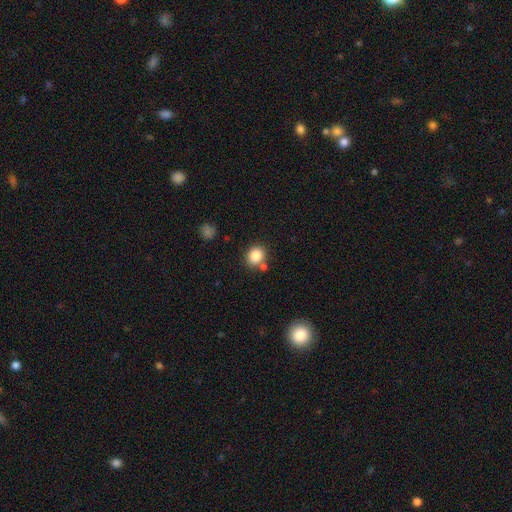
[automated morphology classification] smooth 85%, star or artifact 10%, featured or disk 5%. Down the decision tree: how rounded — round (72%); merging — none (70%).